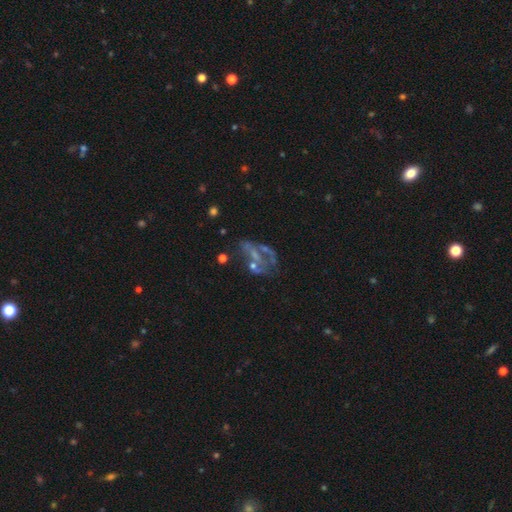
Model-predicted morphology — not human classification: smooth-or-featured: featured or disk: 60% | star or artifact: 23% | smooth: 17%
  disk-edge-on: no: 95% | yes: 5%
    bar: no: 73% | weak: 18% | strong: 8%
    has-spiral-arms: no: 71% | yes: 29%
    bulge-size: none: 45% | small: 34% | moderate: 17% | large: 2% | dominant: 2%
  merging: none: 33% | major disturbance: 32% | merger: 21% | minor disturbance: 14%